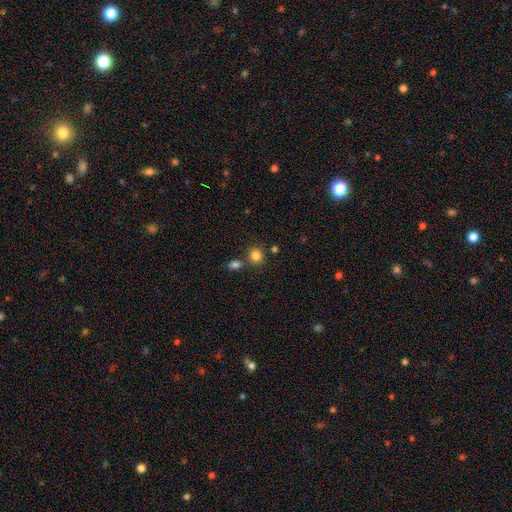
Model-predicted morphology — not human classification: Smooth or featured?
  - smooth: 84% *
  - star or artifact: 11%
  - featured or disk: 5%
How rounded?
  - round: 82% *
  - in between: 17%
  - cigar-shaped: 1%
Merging?
  - none: 69% *
  - merger: 19%
  - minor disturbance: 9%
  - major disturbance: 3%